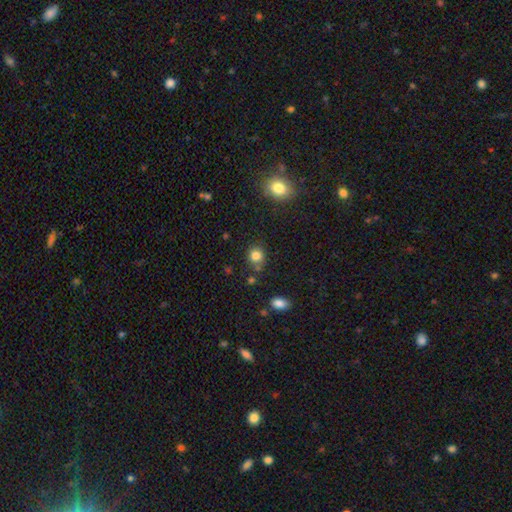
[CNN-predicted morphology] smooth_or_featured: smooth (p=0.83) [alt: star or artifact p=0.12]
how_rounded: round (p=0.83) [alt: in between p=0.16]
merging: none (p=0.78) [alt: minor disturbance p=0.12]